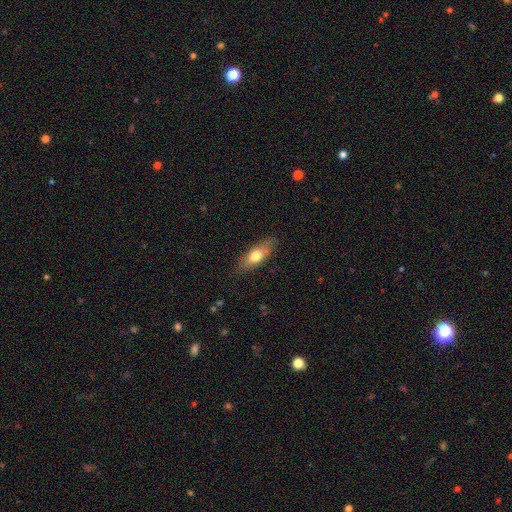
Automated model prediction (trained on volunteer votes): Morphology: type=smooth (67%); roundness=in between (68%); merging=none (80%).